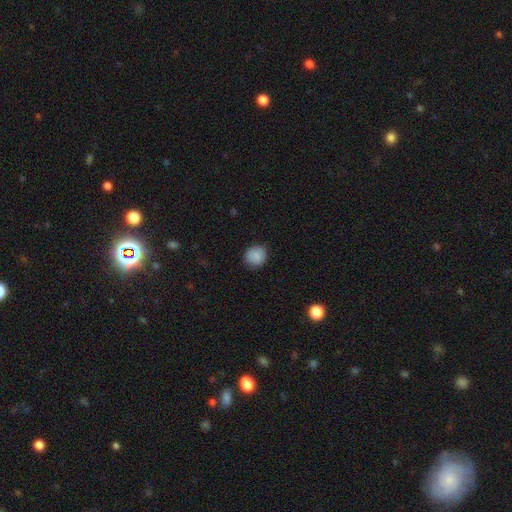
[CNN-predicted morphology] Smooth or featured? Predicted: smooth (p=0.87). How rounded? Predicted: round (p=0.87). Merging? Predicted: none (p=0.88).